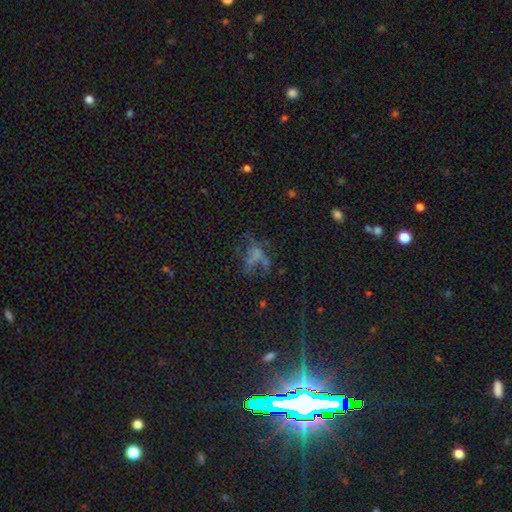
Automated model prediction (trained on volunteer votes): Smooth or featured: featured or disk — 43% (star or artifact — 29%)
Merging: major disturbance — 41% (none — 36%)